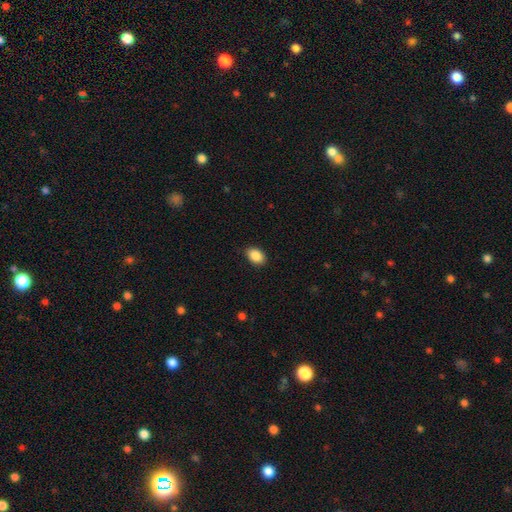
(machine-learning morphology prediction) The model was most divided on "how rounded": in between: 84%, round: 15%, cigar-shaped: 1%. More confident: smooth or featured — smooth (89%); merging — none (88%).